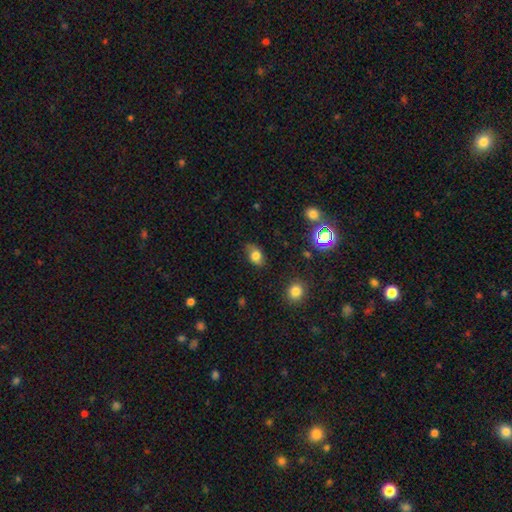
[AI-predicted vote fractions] A smooth galaxy with no disk features (75%) that is in between round and cigar-shaped (81%). Merging: none (74%).